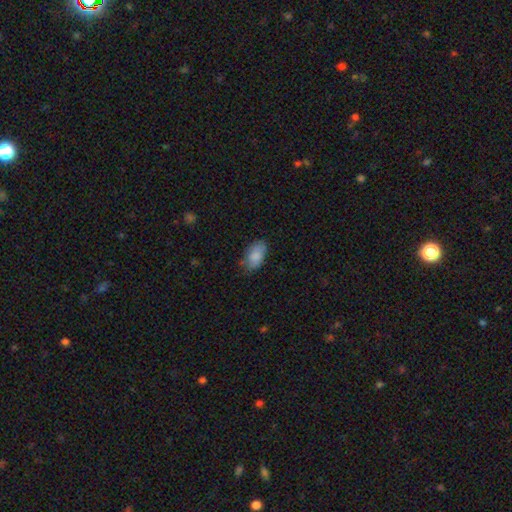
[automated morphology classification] Smooth or featured: smooth — 86% (featured or disk — 7%)
How rounded: in between — 93% (round — 5%)
Merging: none — 73% (minor disturbance — 21%)